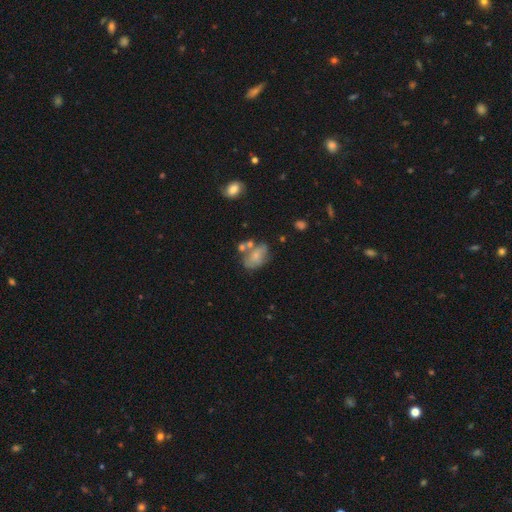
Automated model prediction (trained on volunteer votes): A smooth galaxy with no disk features (59%) that is in between round and cigar-shaped (82%).

Vote fractions:
- Smooth or featured? smooth: 59% / featured or disk: 32% / star or artifact: 9%
- How rounded? in between: 82% / round: 17% / cigar-shaped: 2%
- Merging? none: 40% / minor disturbance: 25% / merger: 22% / major disturbance: 13%